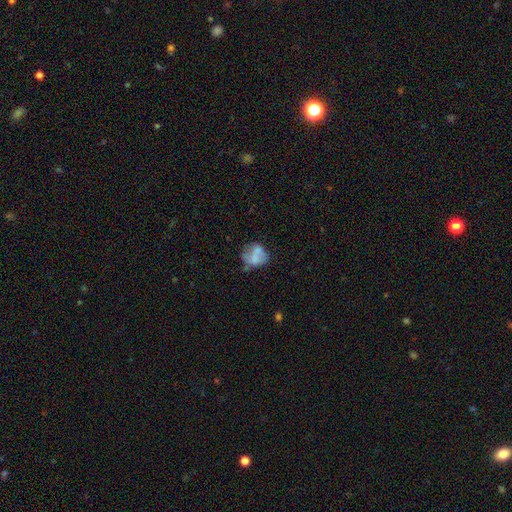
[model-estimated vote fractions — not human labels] A smooth galaxy with no disk features (54%) that is round (58%). Merging: none (41%).